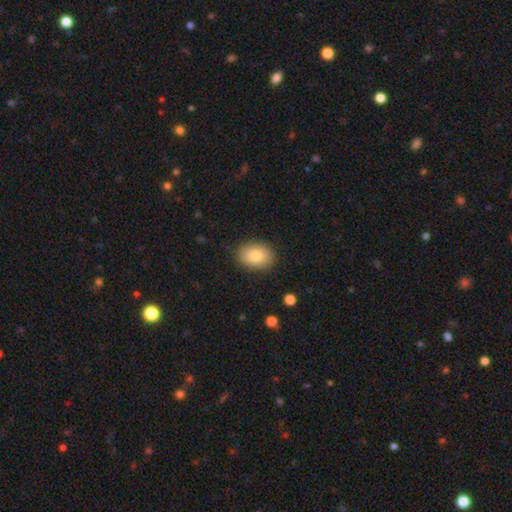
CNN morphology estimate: Overall: smooth (81%). How rounded: in between (67%; round 32%). Merging: none (86%).